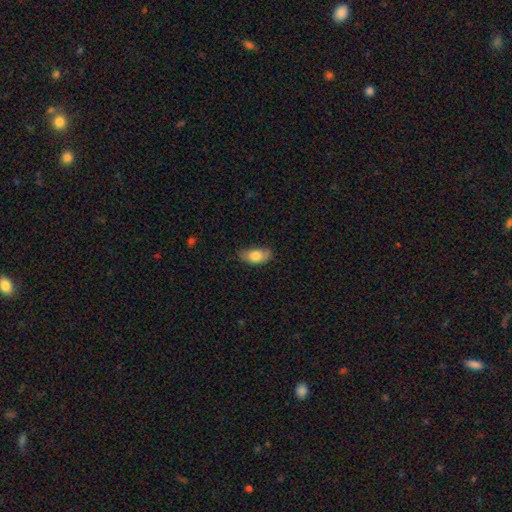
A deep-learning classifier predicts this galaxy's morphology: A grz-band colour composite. It shows a smooth galaxy with no disk features (78%) that is in between round and cigar-shaped (90%). Merging: none (61%).